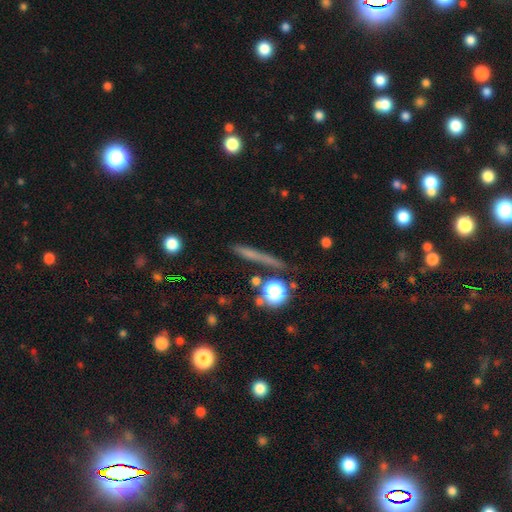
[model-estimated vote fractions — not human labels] Smooth or featured? smooth (49%)
Merging? none (82%)